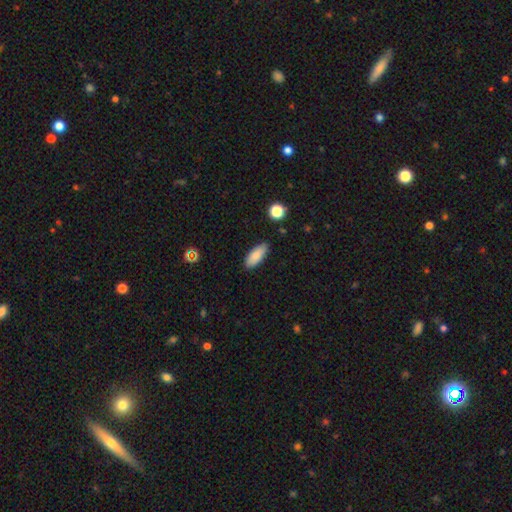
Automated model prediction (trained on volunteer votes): smooth-or-featured: smooth: 86% | star or artifact: 7% | featured or disk: 7%
  how-rounded: in between: 80% | cigar-shaped: 18% | round: 2%
  merging: none: 85% | minor disturbance: 11% | major disturbance: 2% | merger: 2%